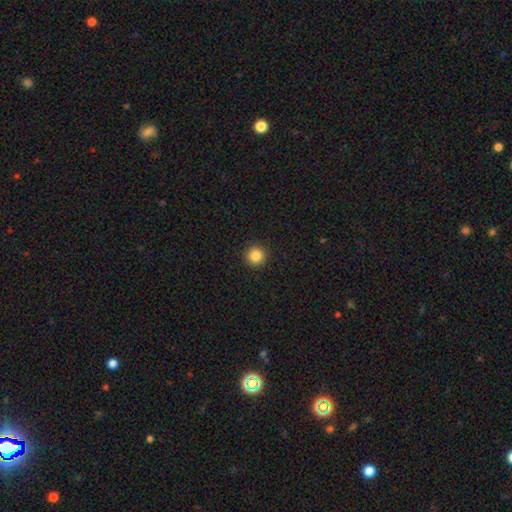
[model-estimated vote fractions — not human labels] A smooth galaxy with no disk features (85%) that is round (96%). Merging: none (93%).